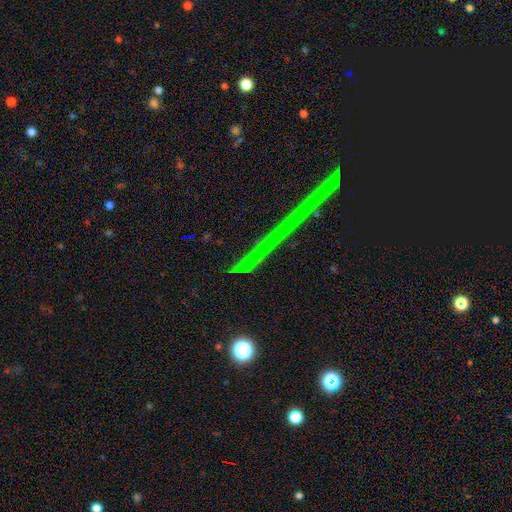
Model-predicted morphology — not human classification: star or artifact 62%, featured or disk 23%, smooth 15%.